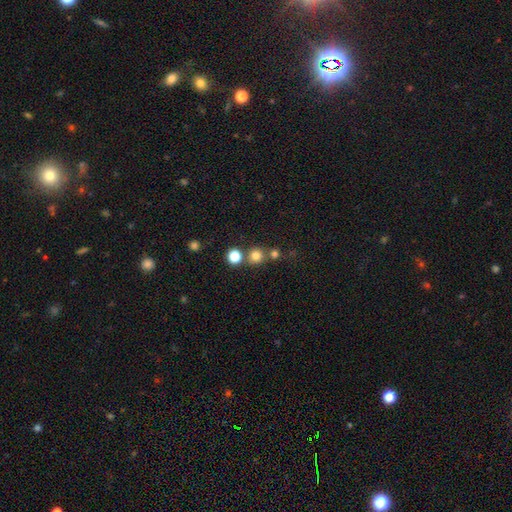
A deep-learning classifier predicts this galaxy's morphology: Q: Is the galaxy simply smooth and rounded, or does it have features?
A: smooth — 78%.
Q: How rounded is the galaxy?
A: round — 91%.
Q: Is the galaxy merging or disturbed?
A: none — 68%.